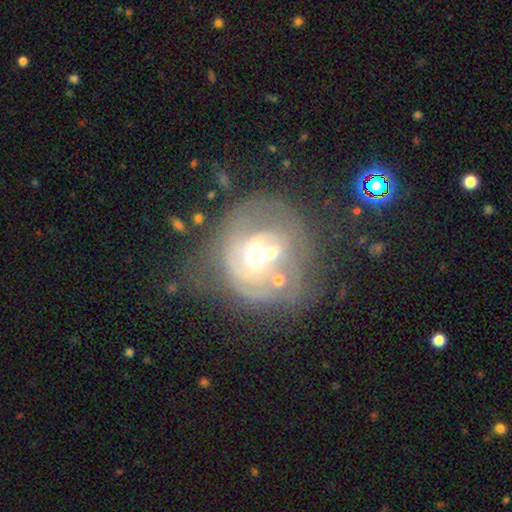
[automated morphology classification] The model was most divided on "merging": merger: 36%, none: 28%, major disturbance: 21%, minor disturbance: 15%. More confident: edge-on disk — no (97%); bar — no (80%); smooth or featured — featured or disk (67%); bulge size — moderate (64%); spiral arms — yes (54%).